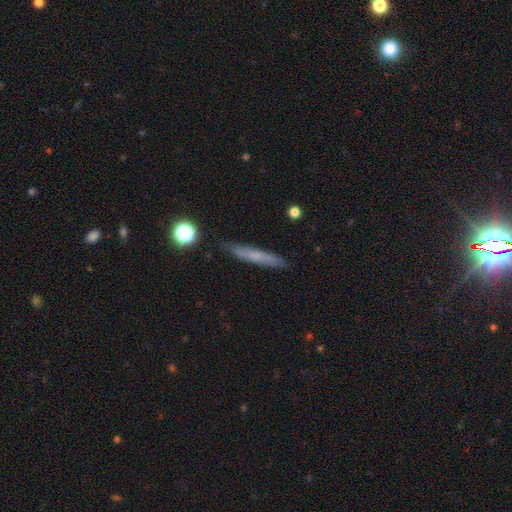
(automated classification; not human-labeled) smooth_or_featured: smooth (p=0.55) [alt: featured or disk p=0.36]
how_rounded: cigar-shaped (p=0.94) [alt: in between p=0.04]
merging: none (p=0.87) [alt: minor disturbance p=0.10]